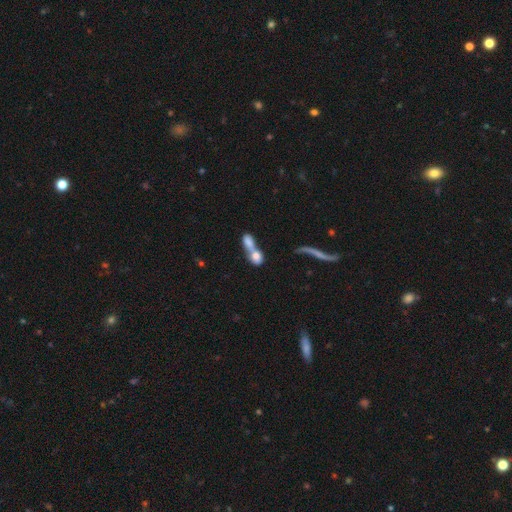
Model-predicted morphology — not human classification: smooth-or-featured: smooth: 66% | featured or disk: 25% | star or artifact: 9%
  how-rounded: in between: 56% | round: 30% | cigar-shaped: 14%
  merging: merger: 76% | none: 12% | major disturbance: 7% | minor disturbance: 5%